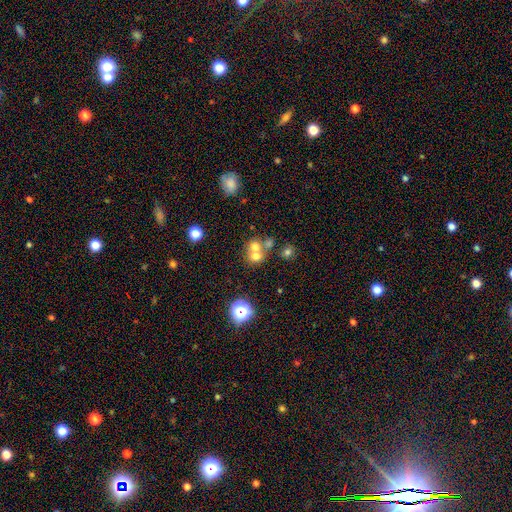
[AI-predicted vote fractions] Smooth or featured: smooth — 64% (featured or disk — 18%)
How rounded: round — 77% (in between — 22%)
Merging: merger — 55% (none — 35%)